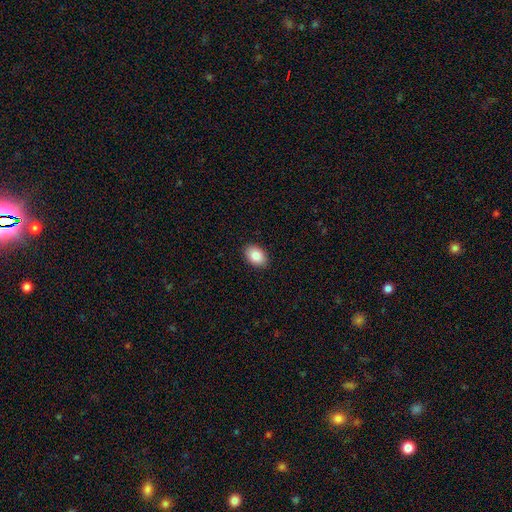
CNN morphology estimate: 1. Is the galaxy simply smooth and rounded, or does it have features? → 88% smooth, 7% star or artifact, 5% featured or disk.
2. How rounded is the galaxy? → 84% in between, 15% round, 1% cigar-shaped.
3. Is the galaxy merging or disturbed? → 90% none, 7% minor disturbance, 2% major disturbance, 1% merger.